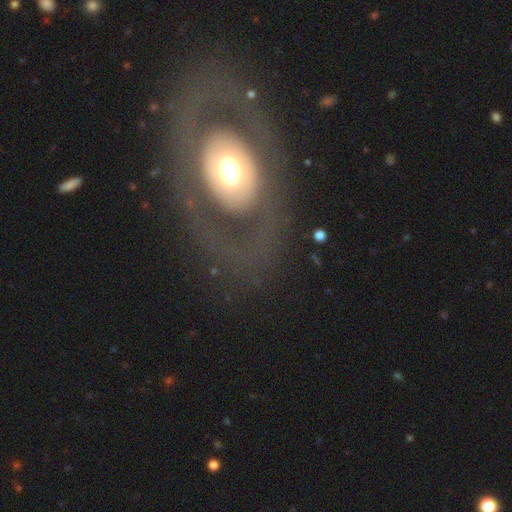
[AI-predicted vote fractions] Overall: featured or disk (70%). Edge-on disk: no (94%). Bar: no (82%). Spiral arms: no (67%; yes 33%). Bulge size: moderate (50%; large 36%). Merging: none (82%).